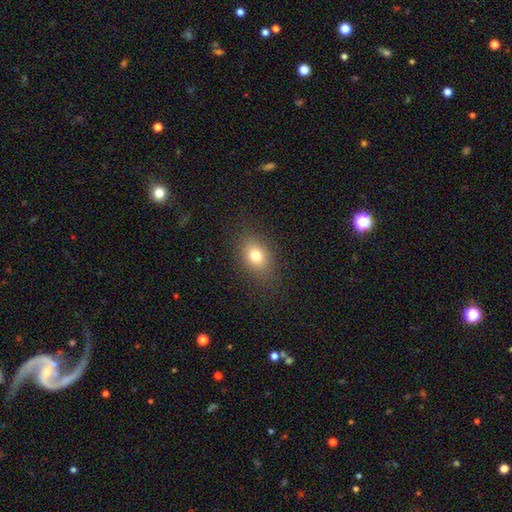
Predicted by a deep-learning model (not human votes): Q: Smooth or featured?
A: smooth (78%); runner-up: star or artifact (12%)
Q: How rounded?
A: in between (68%); runner-up: round (31%)
Q: Merging?
A: none (84%); runner-up: minor disturbance (11%)